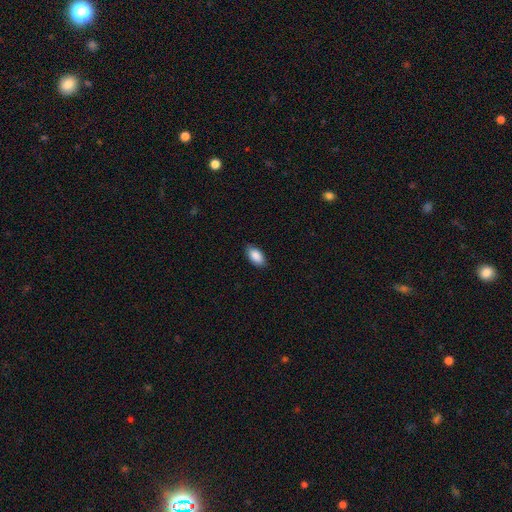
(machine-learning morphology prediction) Smooth or featured: smooth — 89% (star or artifact — 6%)
How rounded: in between — 94% (round — 3%)
Merging: none — 85% (minor disturbance — 12%)